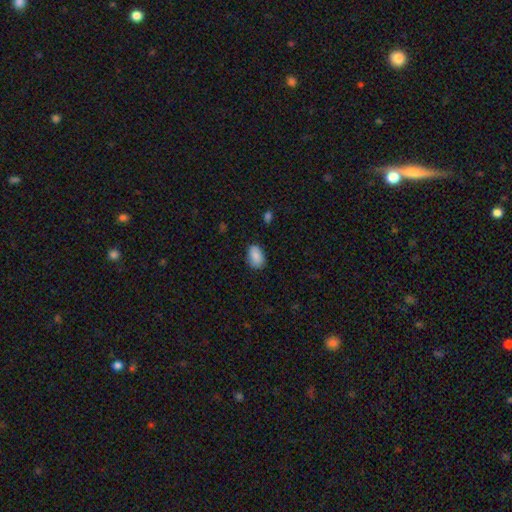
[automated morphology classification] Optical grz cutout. It shows a smooth galaxy with no disk features (87%) that is in between round and cigar-shaped (87%). Merging: none (81%).